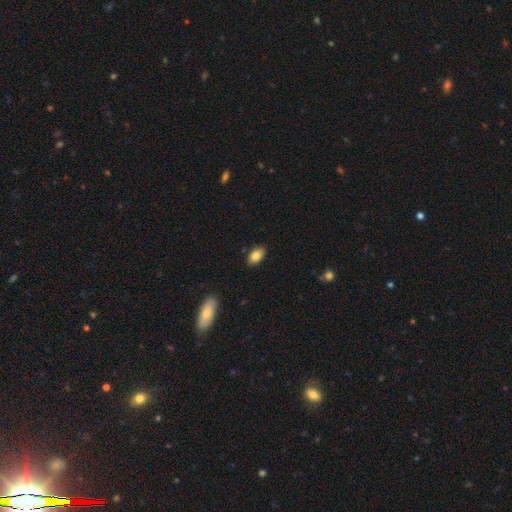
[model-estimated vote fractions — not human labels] Smooth or featured? Predicted: smooth (p=0.83). How rounded? Predicted: in between (p=0.92). Merging? Predicted: none (p=0.87).